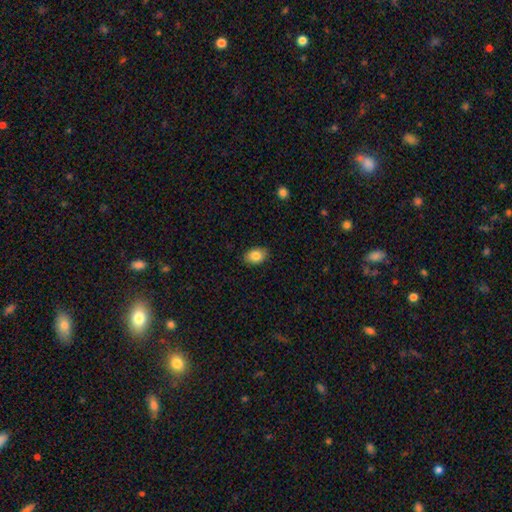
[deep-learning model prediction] The model was most divided on "how rounded": in between: 79%, round: 20%, cigar-shaped: 1%. More confident: merging — none (88%); smooth or featured — smooth (85%).